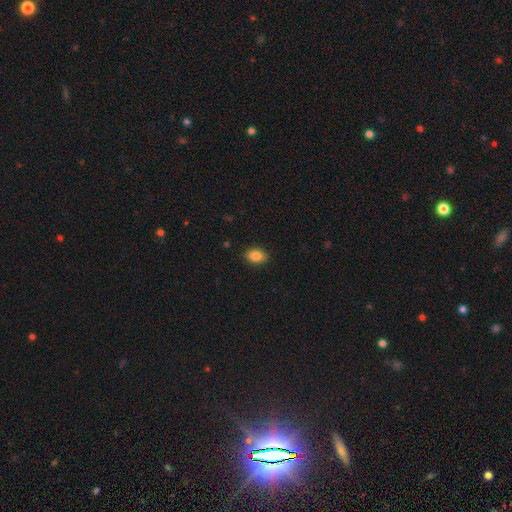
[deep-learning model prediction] smooth 87%, star or artifact 9%, featured or disk 5%. Down the decision tree: how rounded — in between (81%); merging — none (89%).